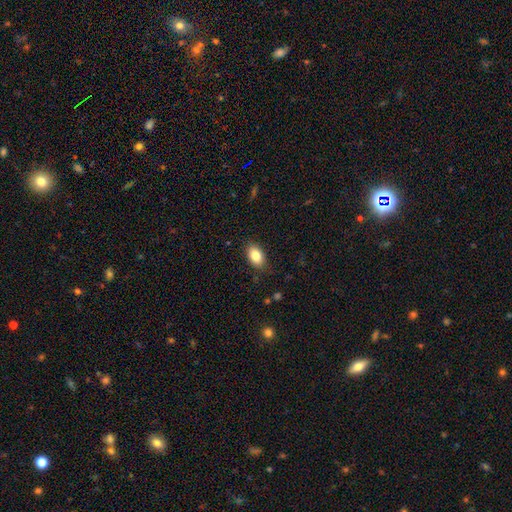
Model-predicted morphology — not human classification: Smooth or featured? smooth (84%)
How rounded? in between (90%)
Merging? none (86%)